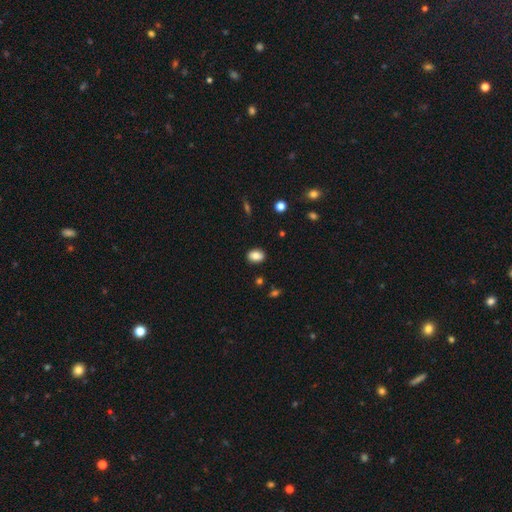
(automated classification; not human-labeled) This appears to be a smooth galaxy with no disk features (85%) that is in between round and cigar-shaped (73%). Merging: none (88%).